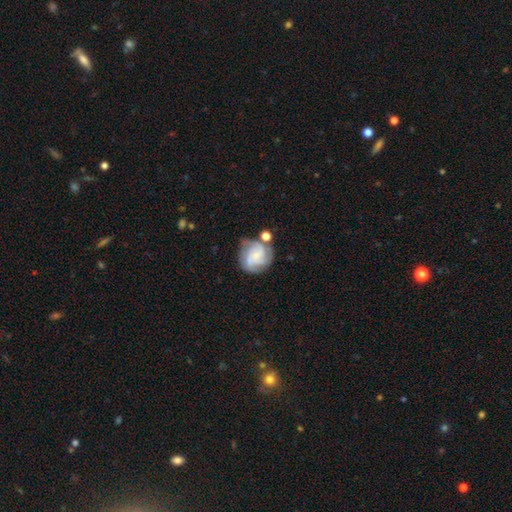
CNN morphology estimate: This is likely a featured or disk galaxy (71%). It is clearly not viewed edge-on (98%). Bar: likely no (66%). Spiral arm pattern: clearly yes (93%). Spiral arm count: marginally 3 (42%). Spiral winding: possibly tight (51%). Central bulge: possibly small (52%). Merging: possibly none (55%).